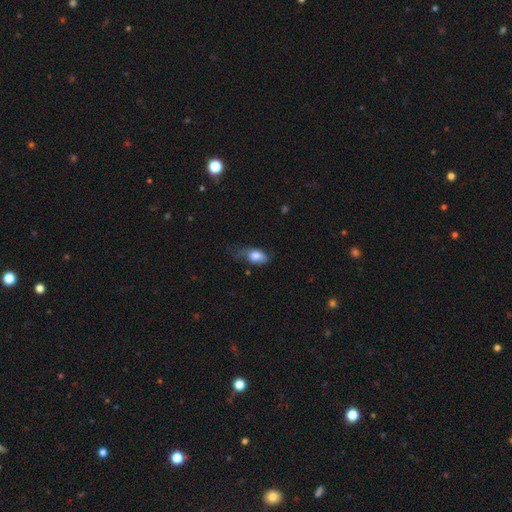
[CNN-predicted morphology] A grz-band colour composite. It shows a smooth galaxy with no disk features (78%) that is in between round and cigar-shaped (87%). Merging: minor disturbance (39%).